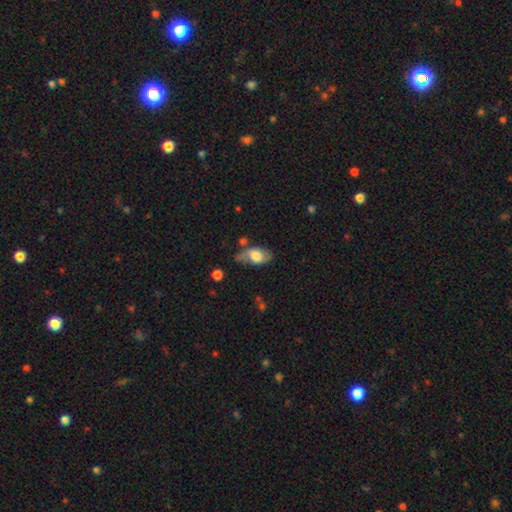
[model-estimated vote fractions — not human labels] smooth_or_featured: smooth (p=0.64) [alt: featured or disk p=0.29]
how_rounded: in between (p=0.91) [alt: round p=0.06]
merging: none (p=0.50) [alt: minor disturbance p=0.30]